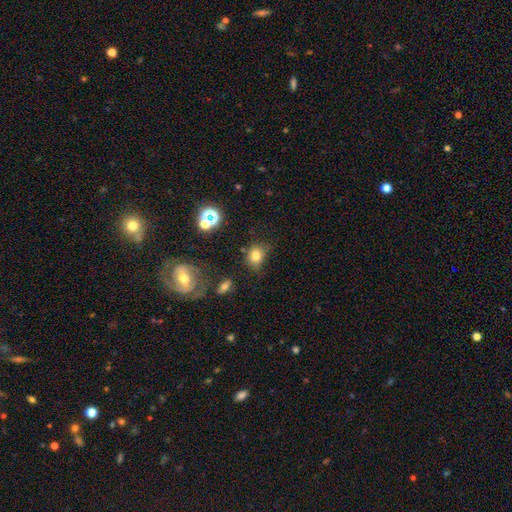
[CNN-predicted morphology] type=smooth (76%); roundness=round (57%); merging=none (63%).